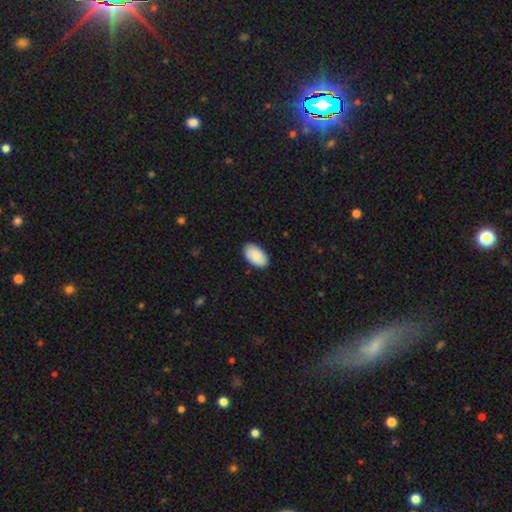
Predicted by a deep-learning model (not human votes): This is clearly a smooth galaxy (87%). How rounded: clearly in between (95%). Merging: clearly none (87%).